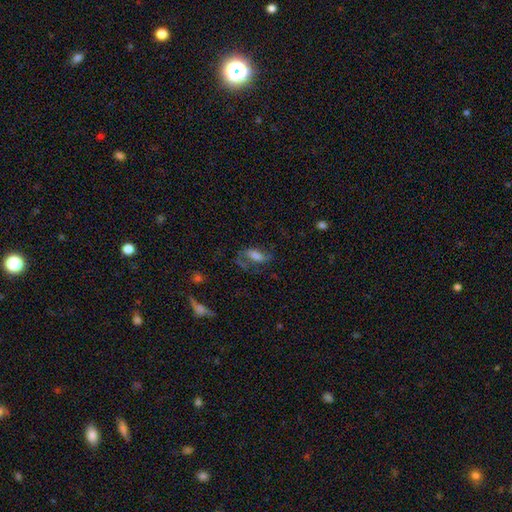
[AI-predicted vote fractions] This is possibly a smooth galaxy (48%). Merging: possibly none (47%).